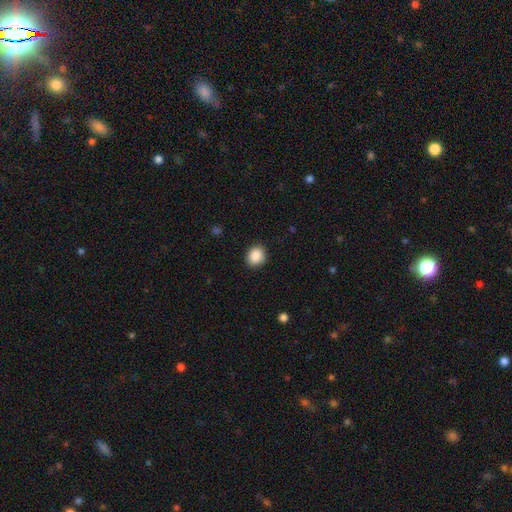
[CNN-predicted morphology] Q: Smooth or featured?
A: smooth (89%); runner-up: star or artifact (9%)
Q: How rounded?
A: round (77%); runner-up: in between (23%)
Q: Merging?
A: none (89%); runner-up: minor disturbance (8%)